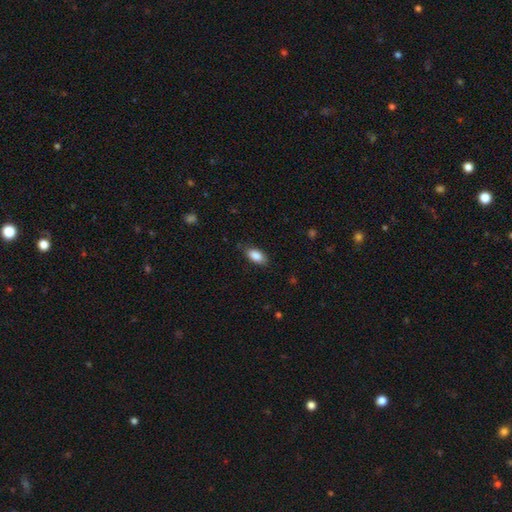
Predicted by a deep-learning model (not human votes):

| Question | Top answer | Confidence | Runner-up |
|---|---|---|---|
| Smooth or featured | smooth | 87% | star or artifact (7%) |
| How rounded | in between | 91% | cigar-shaped (6%) |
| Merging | none | 82% | minor disturbance (14%) |